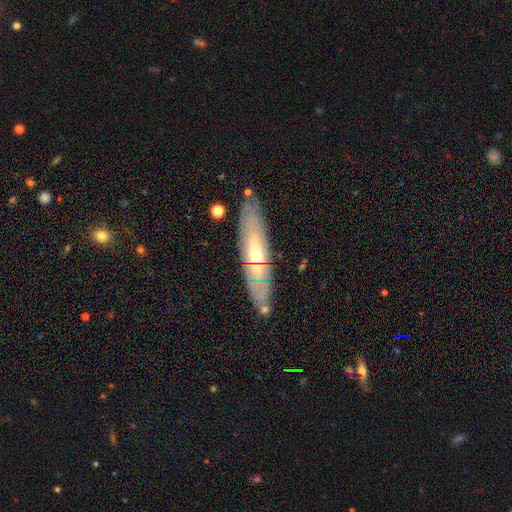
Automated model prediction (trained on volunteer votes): Smooth or featured? Predicted: featured or disk (p=0.63). Edge-on disk? Predicted: yes (p=0.51). Merging? Predicted: none (p=0.81).